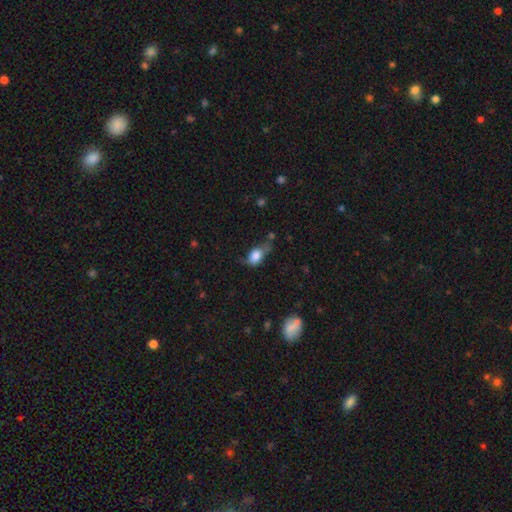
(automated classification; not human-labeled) smooth-or-featured: smooth: 79% | featured or disk: 12% | star or artifact: 9%
  how-rounded: in between: 80% | round: 16% | cigar-shaped: 4%
  merging: minor disturbance: 36% | none: 35% | major disturbance: 22% | merger: 7%